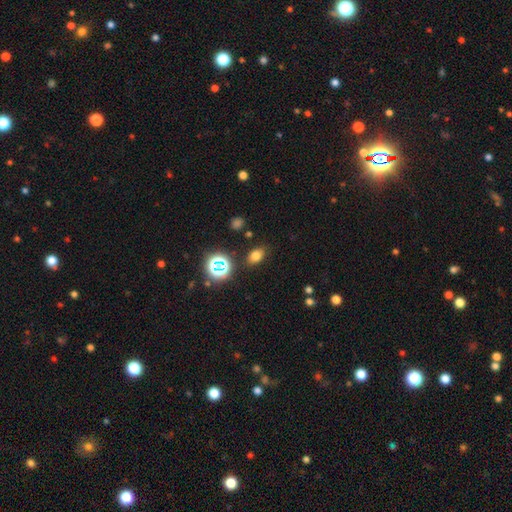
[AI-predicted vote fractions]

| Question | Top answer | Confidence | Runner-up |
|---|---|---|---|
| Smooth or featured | smooth | 72% | star or artifact (21%) |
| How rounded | in between | 78% | round (20%) |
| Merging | none | 83% | minor disturbance (10%) |